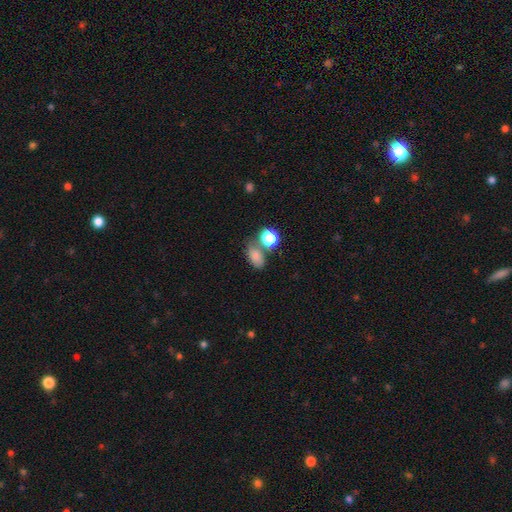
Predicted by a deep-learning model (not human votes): Smooth or featured: smooth — 79% (star or artifact — 13%)
How rounded: in between — 79% (round — 19%)
Merging: none — 46% (merger — 29%)